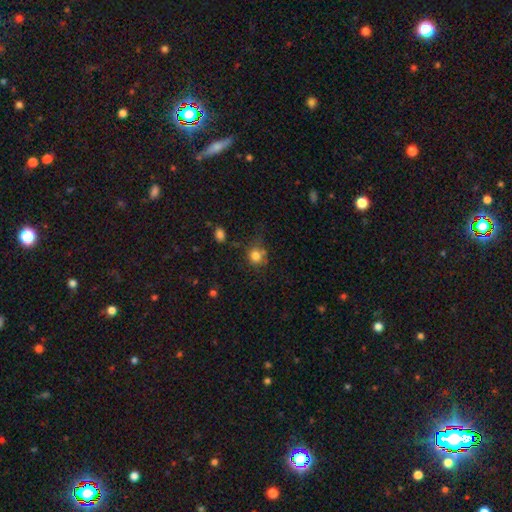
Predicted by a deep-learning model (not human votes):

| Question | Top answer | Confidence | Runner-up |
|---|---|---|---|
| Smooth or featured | smooth | 80% | star or artifact (11%) |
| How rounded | round | 76% | in between (23%) |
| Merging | none | 57% | minor disturbance (24%) |